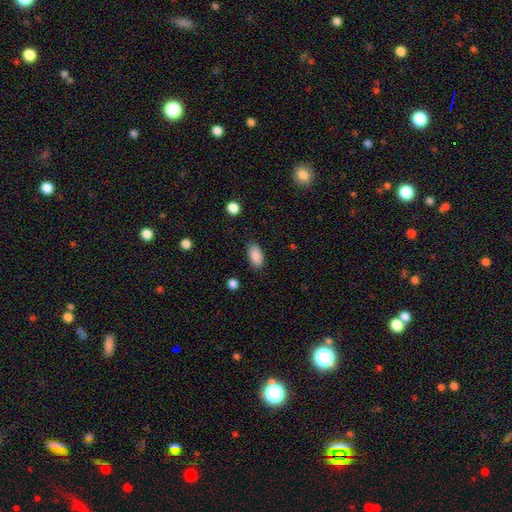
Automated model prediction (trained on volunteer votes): Smooth or featured: smooth — 89% (star or artifact — 7%)
How rounded: in between — 93% (cigar-shaped — 4%)
Merging: none — 85% (minor disturbance — 11%)